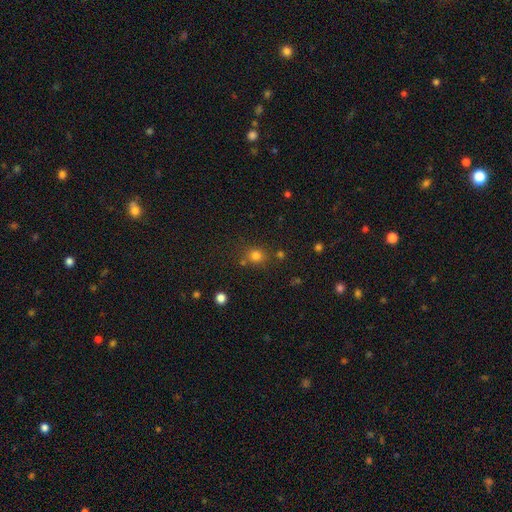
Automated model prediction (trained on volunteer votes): The model was most divided on "smooth or featured": smooth: 77%, star or artifact: 16%, featured or disk: 6%. More confident: how rounded — round (82%); merging — none (74%).